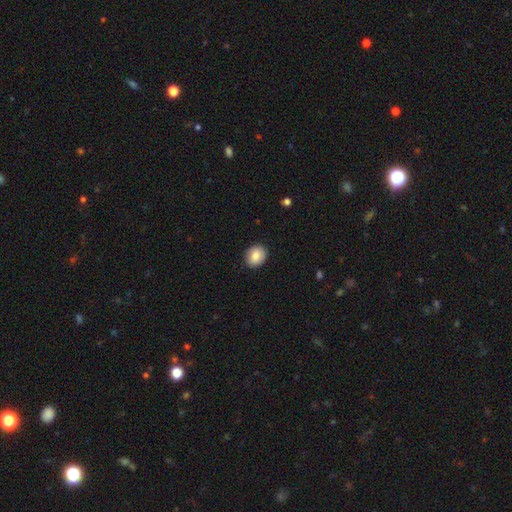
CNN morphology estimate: The model was most divided on "how rounded": round: 63%, in between: 36%, cigar-shaped: 1%. More confident: merging — none (89%); smooth or featured — smooth (82%).